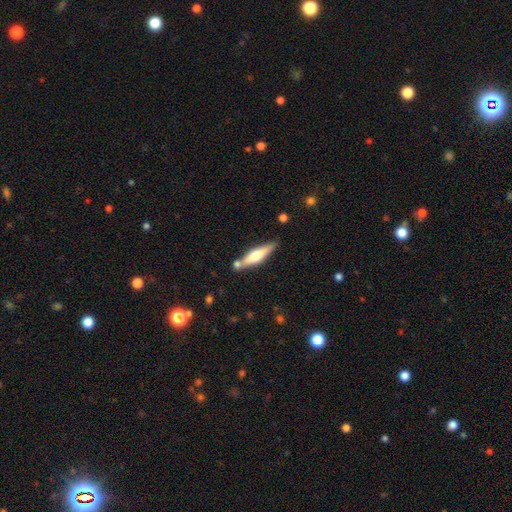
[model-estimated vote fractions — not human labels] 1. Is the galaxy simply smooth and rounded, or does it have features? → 53% featured or disk, 42% smooth, 5% star or artifact.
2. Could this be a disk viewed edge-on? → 93% yes, 7% no.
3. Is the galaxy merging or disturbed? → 72% none, 13% minor disturbance, 13% merger, 3% major disturbance.